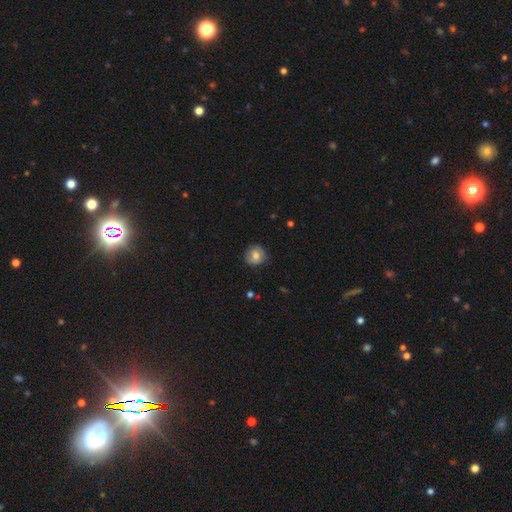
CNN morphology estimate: Smooth or featured: smooth — 70% (featured or disk — 21%)
How rounded: round — 84% (in between — 15%)
Merging: none — 78% (minor disturbance — 17%)